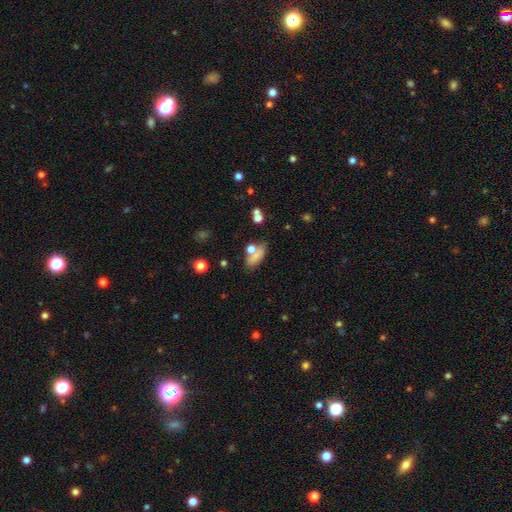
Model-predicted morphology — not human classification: Overall: smooth (64%). How rounded: in between (79%). Merging: none (53%; minor disturbance 20%).